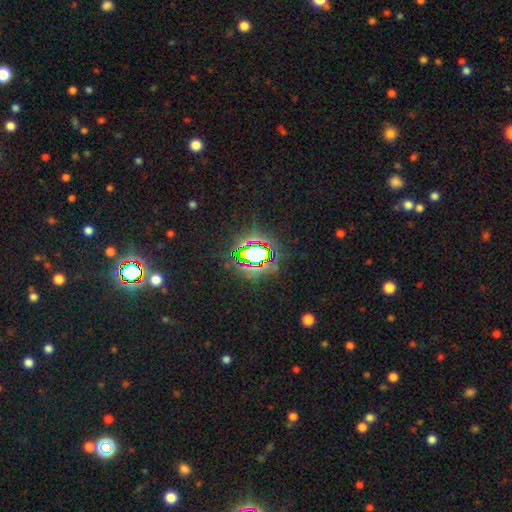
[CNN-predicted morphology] Smooth or featured?
  - star or artifact: 80% *
  - smooth: 11%
  - featured or disk: 8%